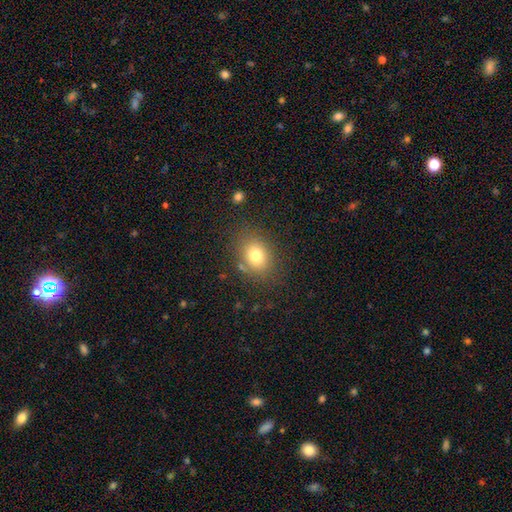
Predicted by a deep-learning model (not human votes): Smooth or featured? Predicted: smooth (p=0.76). How rounded? Predicted: in between (p=0.51). Merging? Predicted: none (p=0.79).